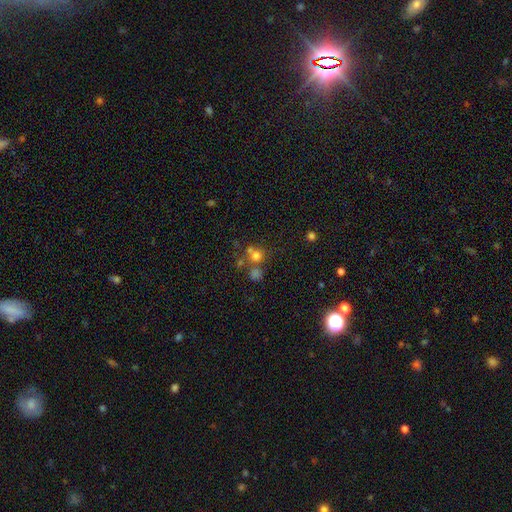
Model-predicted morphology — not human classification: Smooth or featured? Predicted: smooth (p=0.66). How rounded? Predicted: round (p=0.86). Merging? Predicted: none (p=0.51).